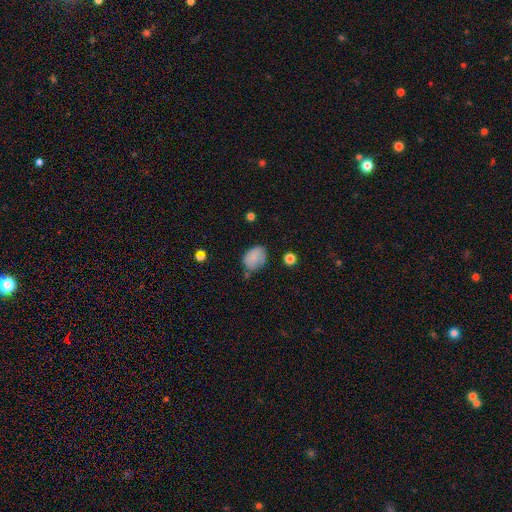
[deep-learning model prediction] Smooth or featured? smooth (82%)
How rounded? in between (74%)
Merging? none (58%)